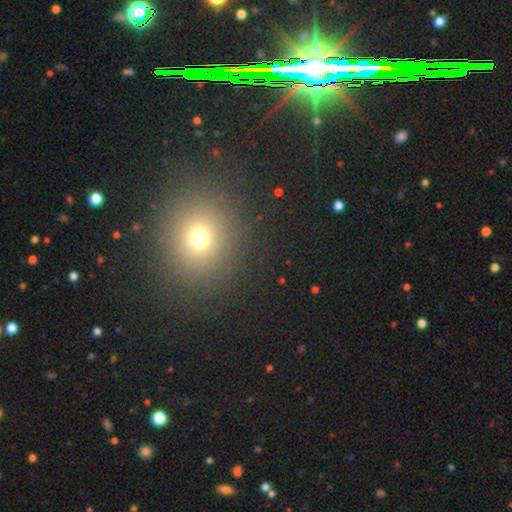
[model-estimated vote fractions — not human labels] Smooth or featured: smooth — 50% (star or artifact — 40%)
How rounded: round — 75% (in between — 23%)
Merging: none — 90% (minor disturbance — 6%)